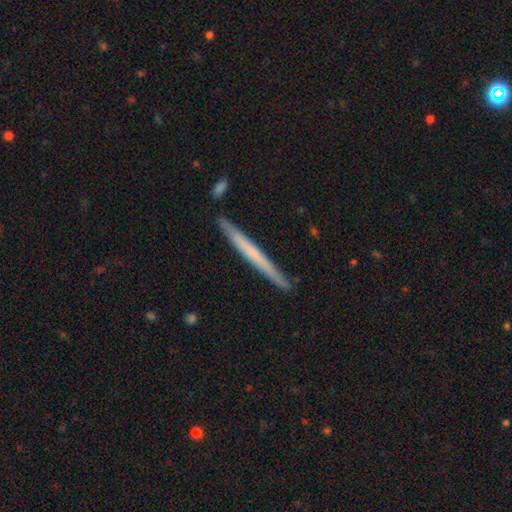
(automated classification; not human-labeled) Smooth or featured? smooth (51%)
How rounded? cigar-shaped (97%)
Merging? none (88%)